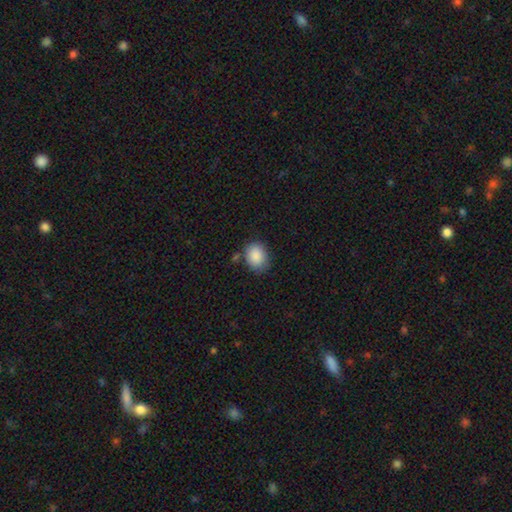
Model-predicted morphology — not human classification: smooth-or-featured: smooth: 89% | star or artifact: 7% | featured or disk: 4%
  how-rounded: in between: 61% | round: 38% | cigar-shaped: 1%
  merging: none: 75% | minor disturbance: 16% | merger: 5% | major disturbance: 4%